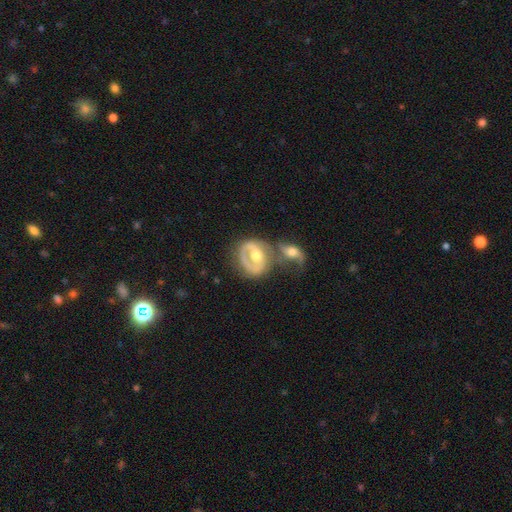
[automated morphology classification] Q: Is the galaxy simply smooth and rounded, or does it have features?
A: featured or disk — 64%.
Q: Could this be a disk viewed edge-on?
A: no — 96%.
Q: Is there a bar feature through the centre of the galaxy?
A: no — 61%.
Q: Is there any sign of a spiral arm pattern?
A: no — 53%.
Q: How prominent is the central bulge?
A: moderate — 74%.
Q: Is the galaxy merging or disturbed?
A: merger — 50%.